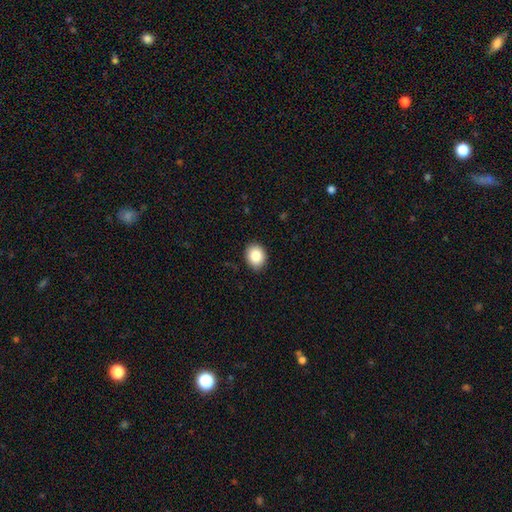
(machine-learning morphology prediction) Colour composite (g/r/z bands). It shows a smooth galaxy with no disk features (86%) that is in between round and cigar-shaped (51%). Merging: none (88%).